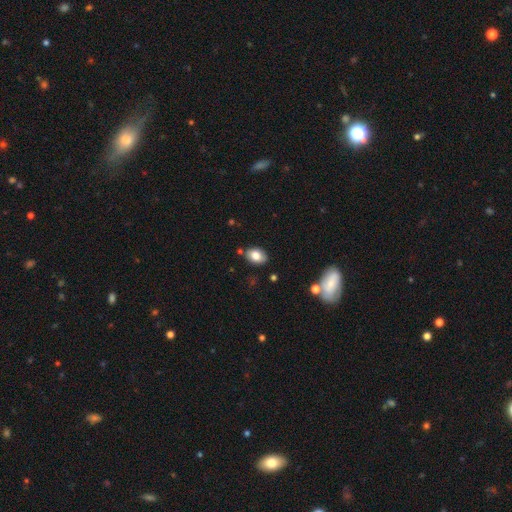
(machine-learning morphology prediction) Smooth or featured? smooth (80%)
How rounded? in between (82%)
Merging? none (80%)